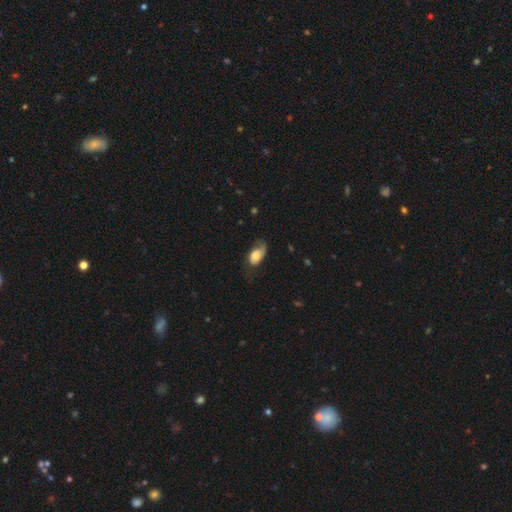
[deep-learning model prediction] smooth-or-featured: smooth: 60% | featured or disk: 33% | star or artifact: 7%
  how-rounded: in between: 89% | round: 7% | cigar-shaped: 3%
  merging: none: 41% | minor disturbance: 33% | major disturbance: 25% | merger: 2%